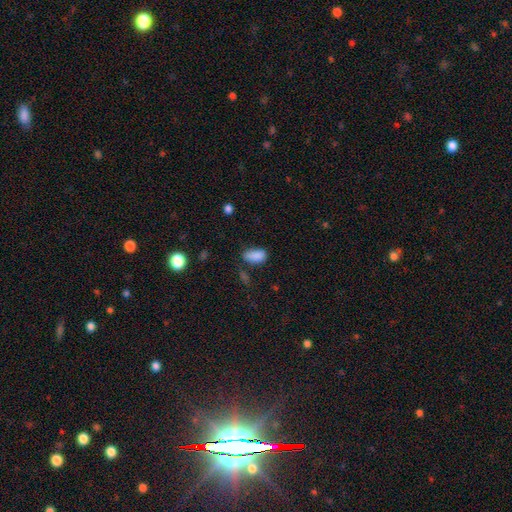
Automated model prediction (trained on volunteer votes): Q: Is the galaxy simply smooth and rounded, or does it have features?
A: smooth — 87%.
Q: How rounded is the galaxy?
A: in between — 92%.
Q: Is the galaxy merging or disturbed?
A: none — 62%.